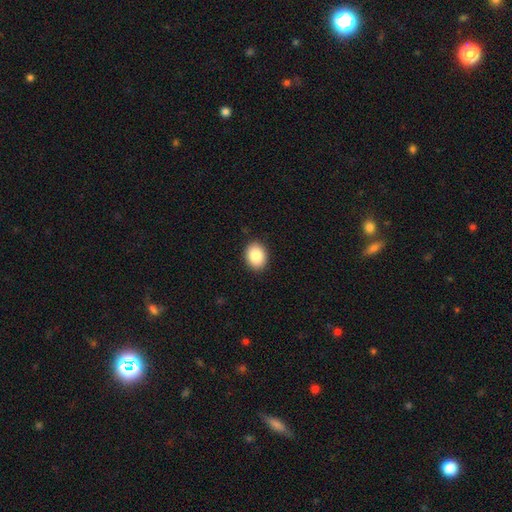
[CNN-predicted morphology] smooth 87%, star or artifact 8%, featured or disk 6%. Down the decision tree: how rounded — in between (58%); merging — none (90%).